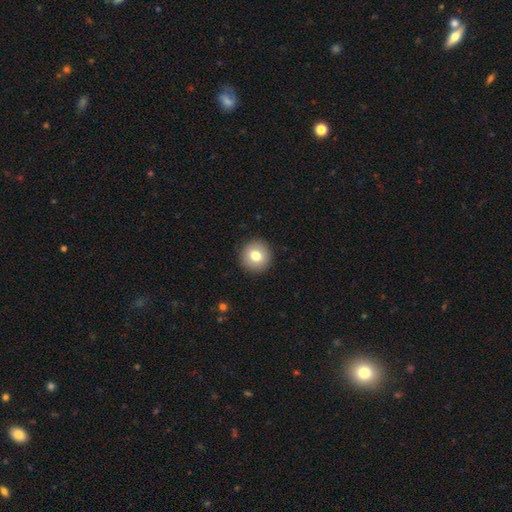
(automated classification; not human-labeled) A smooth galaxy with no disk features (77%) that is round (94%).

Vote fractions:
- Smooth or featured? smooth: 77% / featured or disk: 14% / star or artifact: 9%
- How rounded? round: 94% / in between: 5% / cigar-shaped: 1%
- Merging? none: 92% / minor disturbance: 5% / major disturbance: 2% / merger: 1%